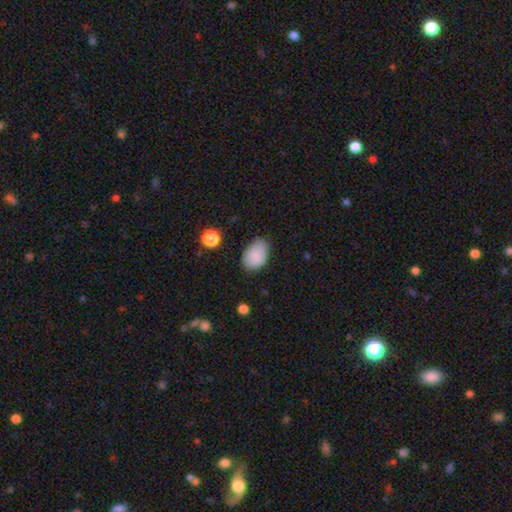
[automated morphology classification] A smooth galaxy with no disk features (84%) that is in between round and cigar-shaped (83%). Merging: none (62%).